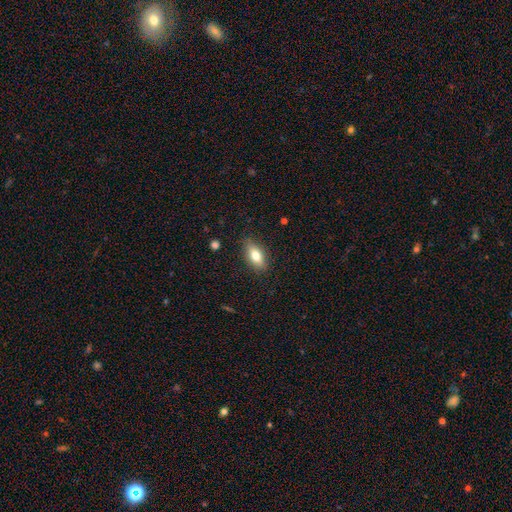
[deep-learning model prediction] Smooth or featured? Predicted: smooth (p=0.74). How rounded? Predicted: in between (p=0.82). Merging? Predicted: none (p=0.84).